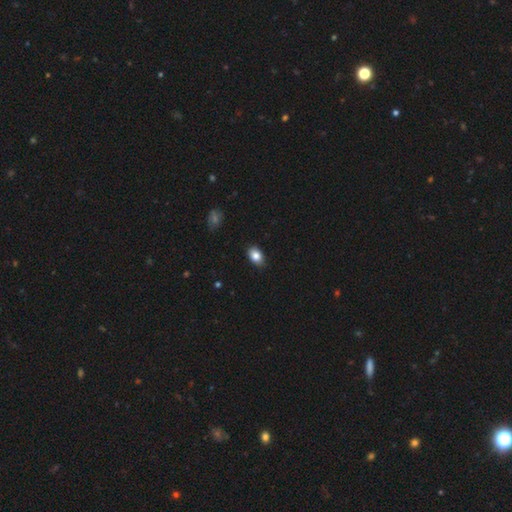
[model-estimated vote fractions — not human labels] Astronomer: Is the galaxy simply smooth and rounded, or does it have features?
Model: smooth — 85%.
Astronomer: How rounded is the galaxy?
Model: in between — 83%.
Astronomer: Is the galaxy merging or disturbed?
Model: none — 86%.